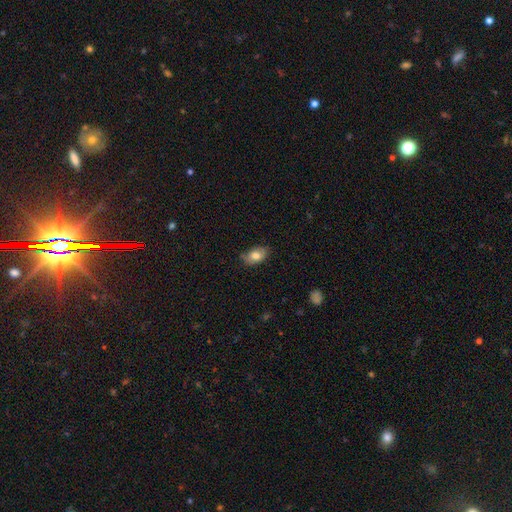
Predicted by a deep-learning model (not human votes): Smooth or featured? Predicted: smooth (p=0.80). How rounded? Predicted: in between (p=0.90). Merging? Predicted: none (p=0.78).